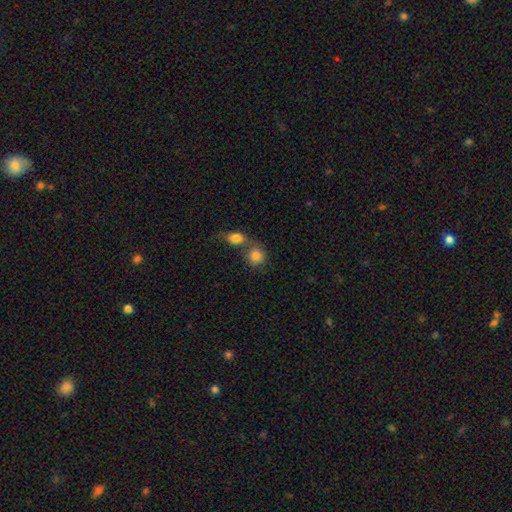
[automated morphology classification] This is clearly a smooth galaxy (83%). How rounded: likely round (78%). Merging: possibly merger (49%).